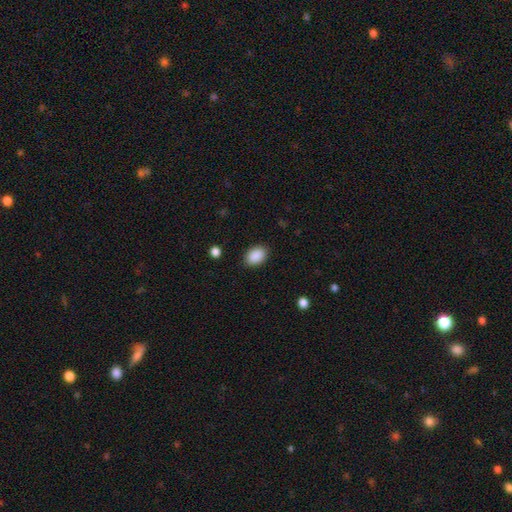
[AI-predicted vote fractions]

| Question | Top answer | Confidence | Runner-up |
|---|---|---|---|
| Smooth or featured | smooth | 90% | star or artifact (7%) |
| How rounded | in between | 81% | round (18%) |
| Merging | none | 88% | minor disturbance (9%) |